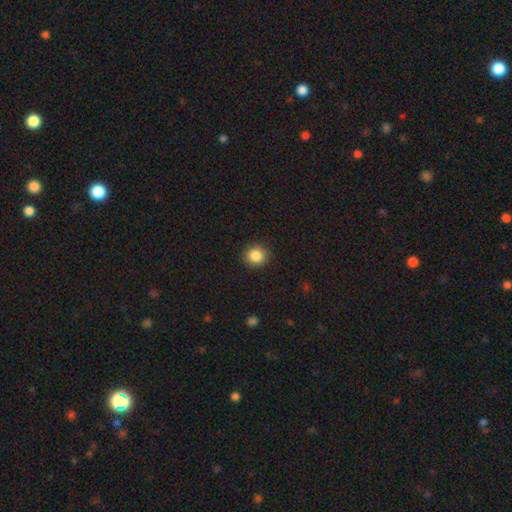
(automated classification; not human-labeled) smooth_or_featured: smooth (p=0.86) [alt: star or artifact p=0.10]
how_rounded: round (p=0.87) [alt: in between p=0.12]
merging: none (p=0.89) [alt: minor disturbance p=0.08]